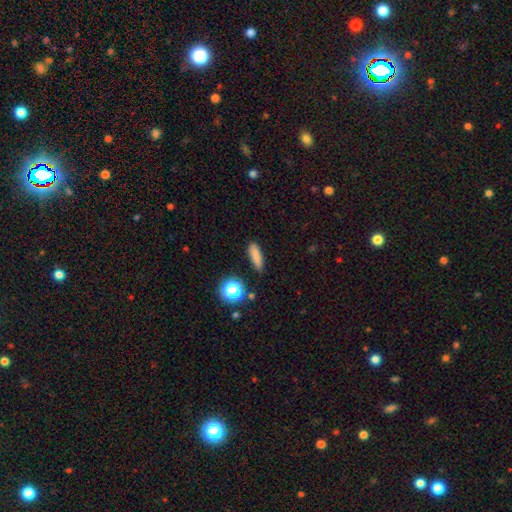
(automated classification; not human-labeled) smooth-or-featured: smooth: 81% | star or artifact: 13% | featured or disk: 7%
  how-rounded: cigar-shaped: 61% | in between: 33% | round: 6%
  merging: none: 83% | minor disturbance: 11% | major disturbance: 3% | merger: 2%